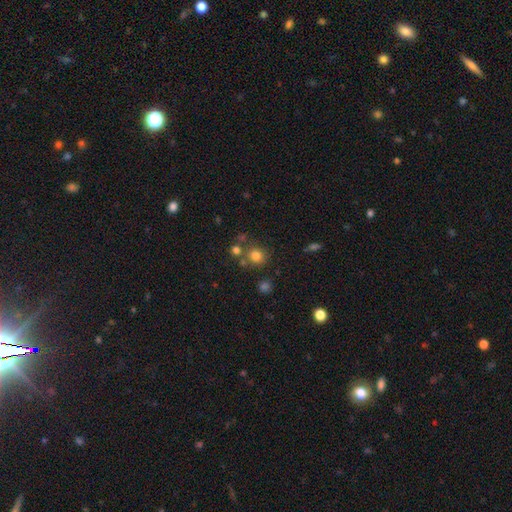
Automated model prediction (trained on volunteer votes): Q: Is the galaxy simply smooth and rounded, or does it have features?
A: smooth — 76%.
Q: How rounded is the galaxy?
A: round — 86%.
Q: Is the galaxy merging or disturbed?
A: none — 69%.